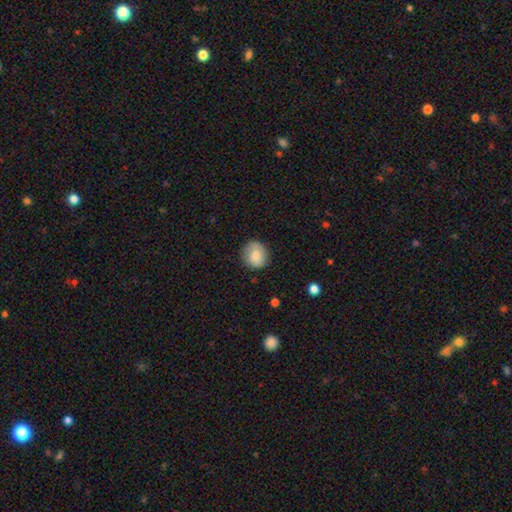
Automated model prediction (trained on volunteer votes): This appears to be a smooth galaxy with no disk features (81%) that is round (86%). Merging: none (82%).